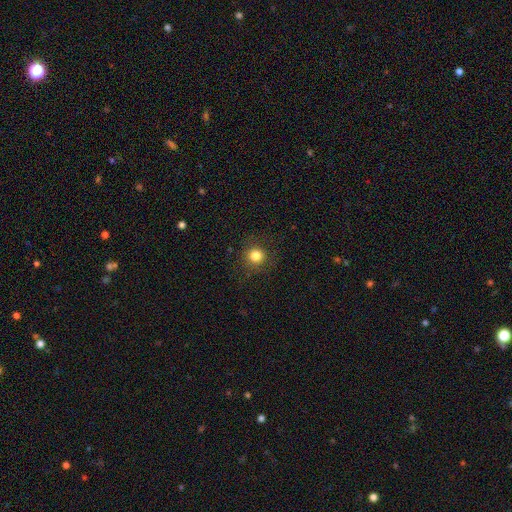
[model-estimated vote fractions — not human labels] This appears to be a smooth galaxy with no disk features (83%) that is round (93%). Merging: none (89%).